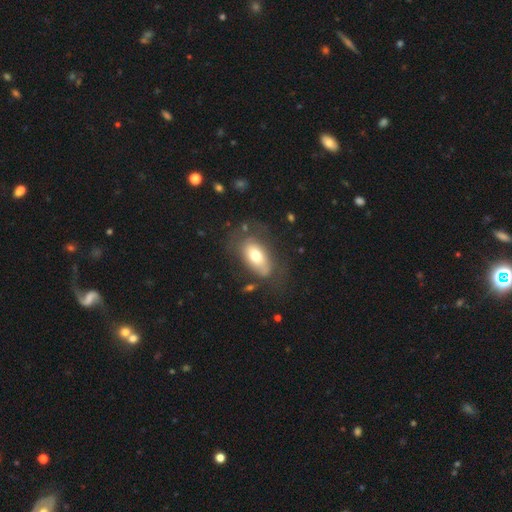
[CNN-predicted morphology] Smooth or featured? Predicted: smooth (p=0.63). How rounded? Predicted: in between (p=0.90). Merging? Predicted: none (p=0.58).